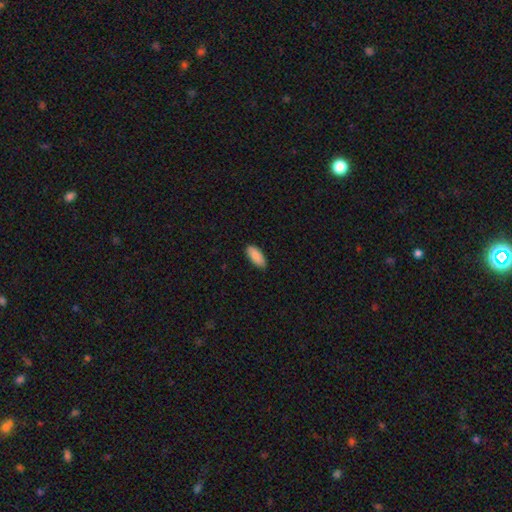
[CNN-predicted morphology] Overall: smooth (90%). How rounded: in between (86%). Merging: none (86%).